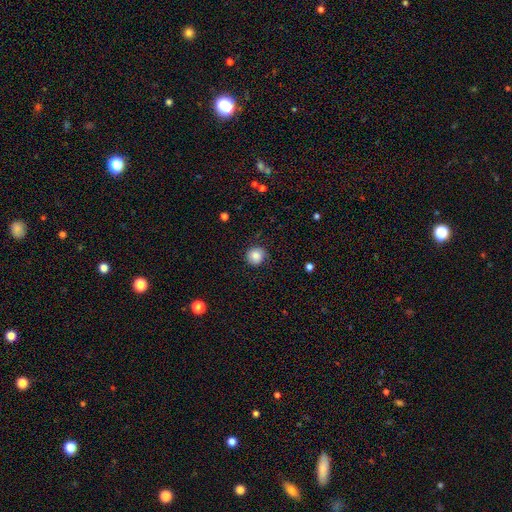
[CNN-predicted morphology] Smooth or featured?
  - smooth: 86% *
  - star or artifact: 9%
  - featured or disk: 5%
How rounded?
  - round: 91% *
  - in between: 8%
  - cigar-shaped: 1%
Merging?
  - none: 84% *
  - minor disturbance: 12%
  - major disturbance: 3%
  - merger: 1%